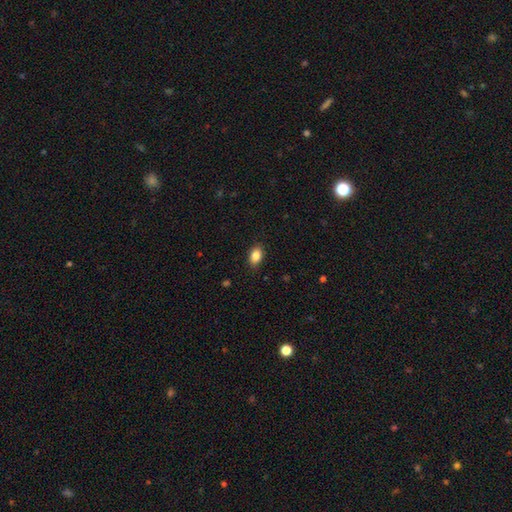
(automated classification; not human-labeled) Smooth or featured? smooth (86%)
How rounded? in between (85%)
Merging? none (88%)